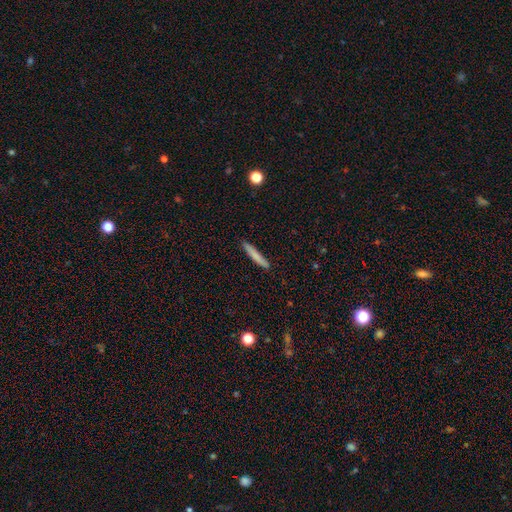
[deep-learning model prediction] Smooth or featured? smooth (77%)
How rounded? cigar-shaped (95%)
Merging? none (90%)